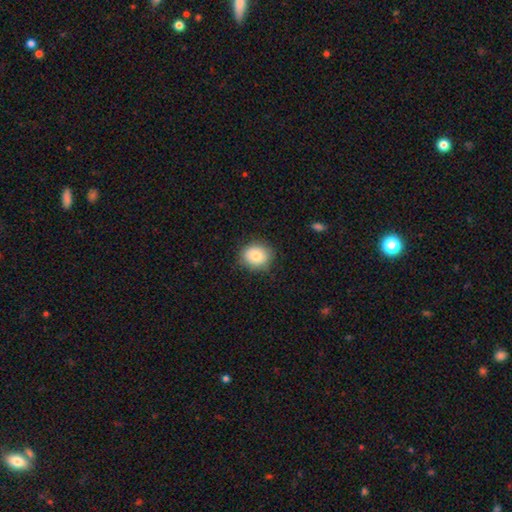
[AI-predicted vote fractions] A smooth galaxy with no disk features (82%) that is round (72%).

Vote fractions:
- Smooth or featured? smooth: 82% / featured or disk: 10% / star or artifact: 8%
- How rounded? round: 72% / in between: 27% / cigar-shaped: 1%
- Merging? none: 83% / minor disturbance: 13% / major disturbance: 3% / merger: 1%